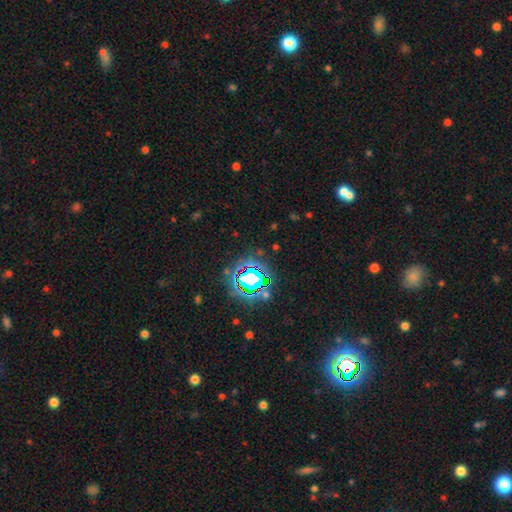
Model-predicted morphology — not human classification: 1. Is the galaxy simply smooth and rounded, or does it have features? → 82% star or artifact, 11% smooth, 7% featured or disk.